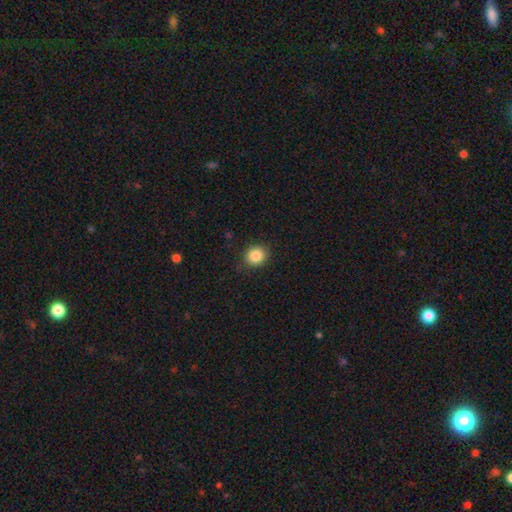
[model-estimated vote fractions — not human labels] A smooth galaxy with no disk features (85%) that is round (82%).

Vote fractions:
- Smooth or featured? smooth: 85% / star or artifact: 10% / featured or disk: 5%
- How rounded? round: 82% / in between: 17% / cigar-shaped: 1%
- Merging? none: 88% / minor disturbance: 9% / major disturbance: 2% / merger: 1%